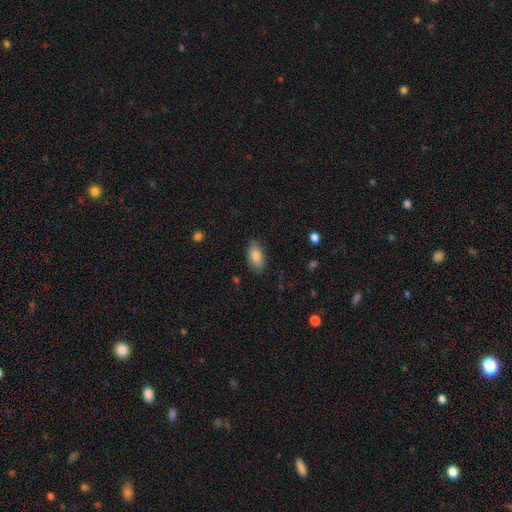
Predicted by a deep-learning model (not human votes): Morphology: type=smooth (83%); roundness=in between (92%); merging=none (83%).